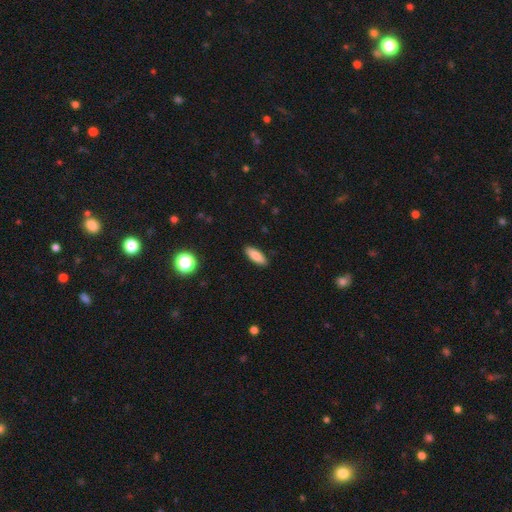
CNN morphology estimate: smooth-or-featured: smooth: 84% | featured or disk: 8% | star or artifact: 7%
  how-rounded: in between: 67% | cigar-shaped: 31% | round: 2%
  merging: none: 90% | minor disturbance: 8% | major disturbance: 2% | merger: 1%